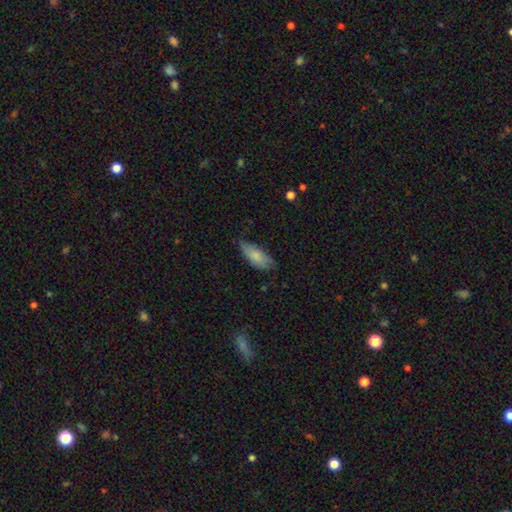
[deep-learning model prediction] Smooth or featured? Predicted: smooth (p=0.77). How rounded? Predicted: in between (p=0.86). Merging? Predicted: none (p=0.55).